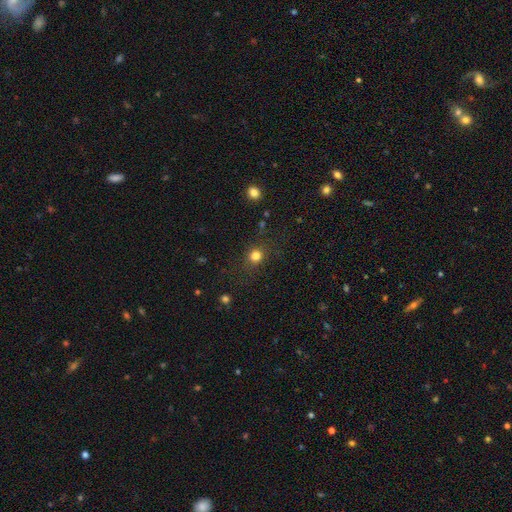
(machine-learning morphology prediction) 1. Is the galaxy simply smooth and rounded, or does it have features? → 80% smooth, 14% star or artifact, 6% featured or disk.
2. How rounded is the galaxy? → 83% round, 16% in between, 1% cigar-shaped.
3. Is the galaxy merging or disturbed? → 80% none, 11% minor disturbance, 6% major disturbance, 2% merger.